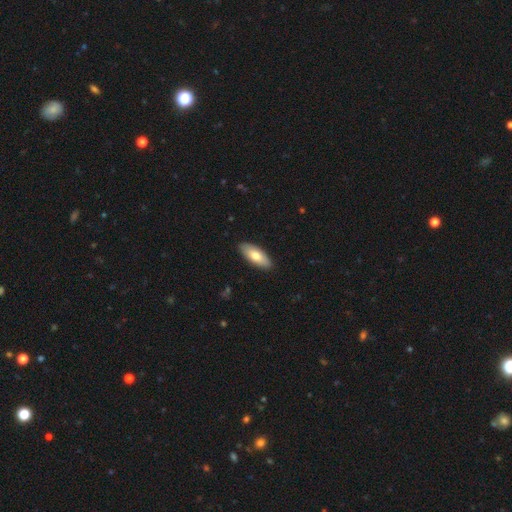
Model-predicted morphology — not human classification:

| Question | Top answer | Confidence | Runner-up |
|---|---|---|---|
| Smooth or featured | smooth | 74% | featured or disk (21%) |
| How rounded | in between | 81% | cigar-shaped (17%) |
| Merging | none | 88% | minor disturbance (9%) |